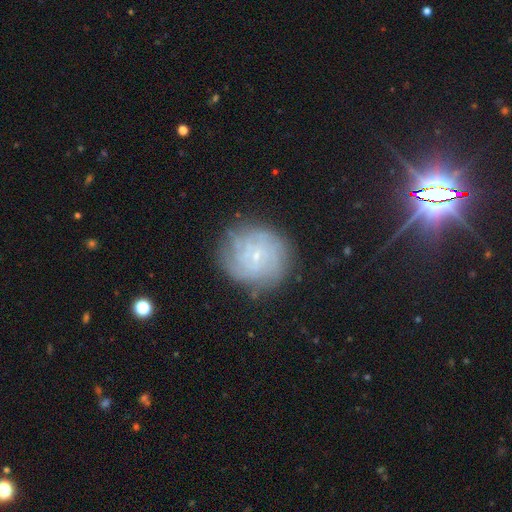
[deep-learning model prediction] A featured or disk galaxy (65%) with no bar (57%), tight (75%) spiral arms (86%) and a small central bulge (83%).

Vote fractions:
- Smooth or featured? featured or disk: 65% / smooth: 25% / star or artifact: 10%
- Edge-on disk? no: 97% / yes: 3%
- Bar? no: 57% / weak: 36% / strong: 7%
- Spiral arms? yes: 86% / no: 14%
- Spiral winding? tight: 75% / medium: 19% / loose: 6%
- Spiral arm count? can't tell: 53% / 4: 14% / more than 4: 10% / 3: 9% / 2: 9% / 1: 6%
- Bulge size? small: 83% / moderate: 10% / none: 5% / large: 1% / dominant: 1%
- Merging? none: 79% / minor disturbance: 14% / major disturbance: 5% / merger: 2%